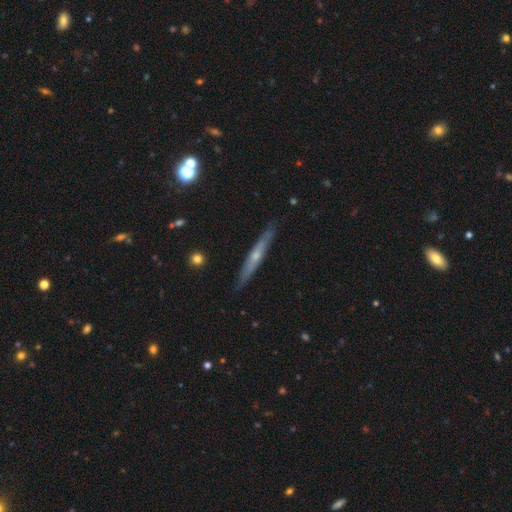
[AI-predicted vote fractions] Smooth or featured? Predicted: featured or disk (p=0.64). Edge-on disk? Predicted: yes (p=0.94). Edge-on bulge? Predicted: rounded (p=0.62). Merging? Predicted: none (p=0.87).